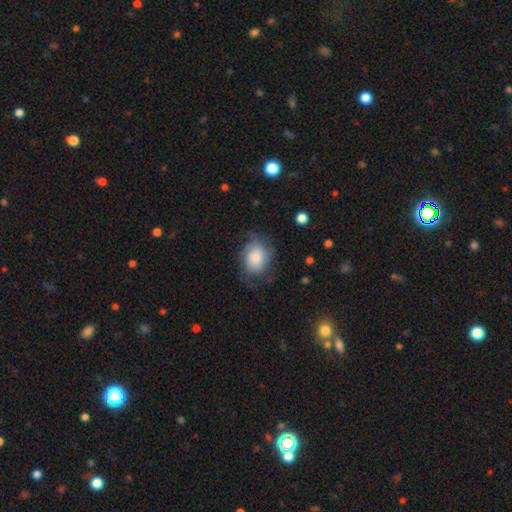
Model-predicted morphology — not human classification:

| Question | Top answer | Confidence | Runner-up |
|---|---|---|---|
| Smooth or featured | smooth | 67% | featured or disk (25%) |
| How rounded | in between | 67% | round (32%) |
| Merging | none | 59% | minor disturbance (26%) |